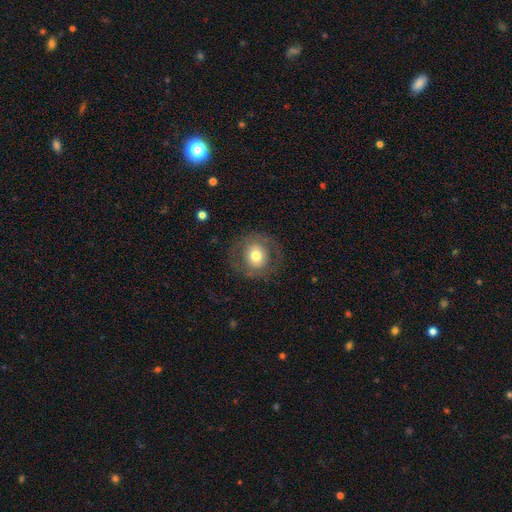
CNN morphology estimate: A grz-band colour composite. It shows a smooth galaxy with no disk features (62%) that is round (84%). Merging: none (79%).